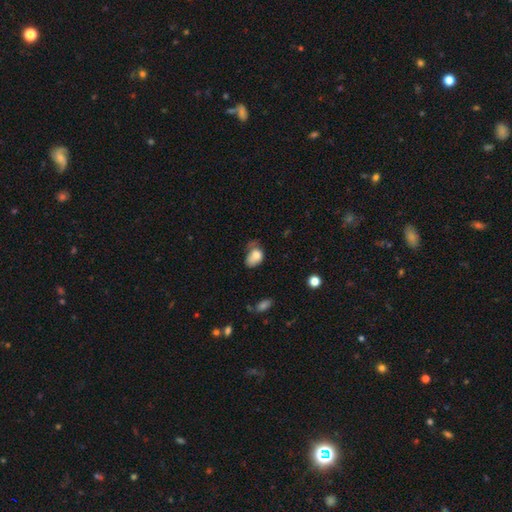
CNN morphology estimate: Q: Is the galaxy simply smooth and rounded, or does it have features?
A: smooth — 76%.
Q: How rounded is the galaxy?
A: in between — 79%.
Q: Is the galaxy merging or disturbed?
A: minor disturbance — 36%.